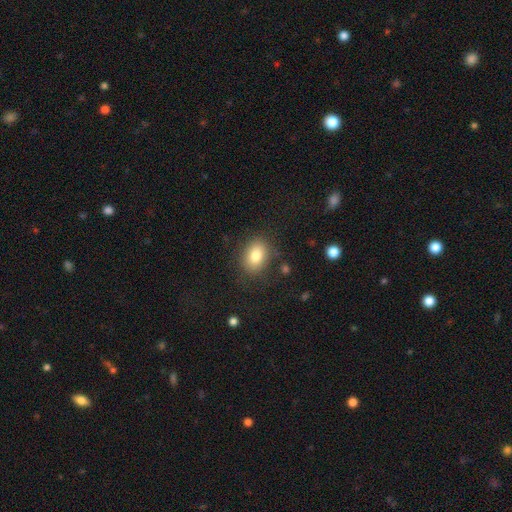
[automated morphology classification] Smooth or featured? smooth (81%)
How rounded? in between (69%)
Merging? none (83%)